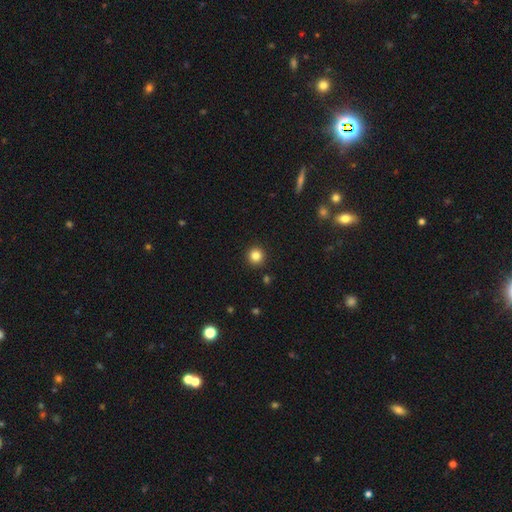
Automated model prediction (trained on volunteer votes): The model was most divided on "smooth or featured": smooth: 84%, star or artifact: 11%, featured or disk: 4%. More confident: how rounded — round (95%); merging — none (92%).